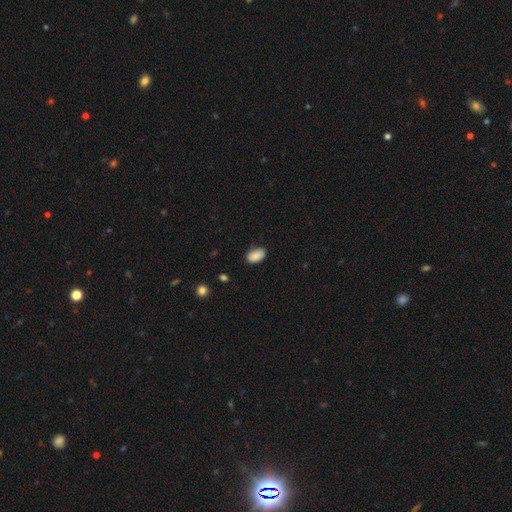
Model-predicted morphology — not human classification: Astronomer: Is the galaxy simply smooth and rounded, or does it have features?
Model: smooth — 88%.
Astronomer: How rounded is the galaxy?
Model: in between — 93%.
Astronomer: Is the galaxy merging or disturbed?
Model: none — 81%.